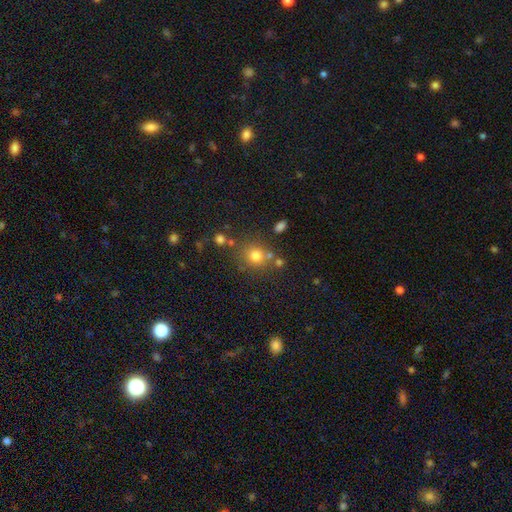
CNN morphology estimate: type=smooth (76%); roundness=round (86%); merging=none (71%).